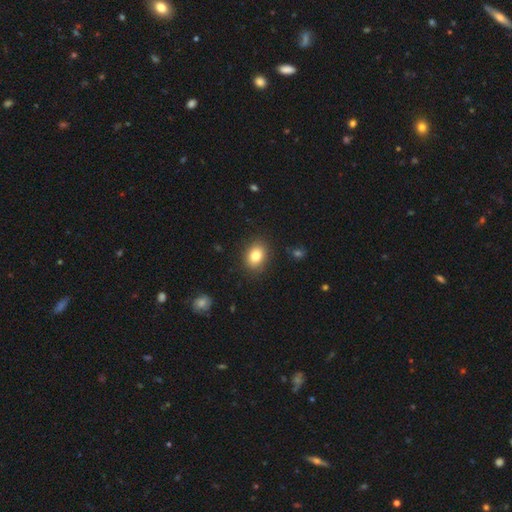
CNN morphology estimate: Smooth or featured?
  - smooth: 82% *
  - star or artifact: 9%
  - featured or disk: 9%
How rounded?
  - in between: 65% *
  - round: 34%
  - cigar-shaped: 1%
Merging?
  - none: 87% *
  - minor disturbance: 9%
  - major disturbance: 3%
  - merger: 1%